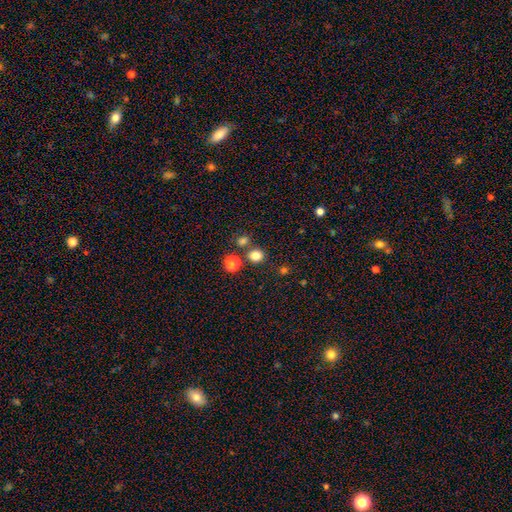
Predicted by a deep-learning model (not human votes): Smooth or featured: smooth — 80% (star or artifact — 14%)
How rounded: round — 81% (in between — 18%)
Merging: none — 76% (merger — 13%)